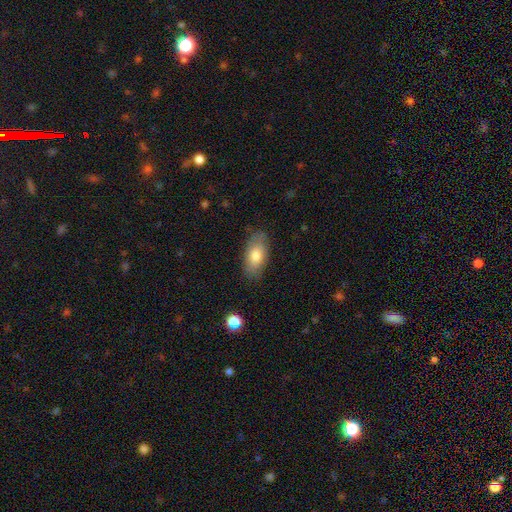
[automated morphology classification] Smooth or featured? Predicted: smooth (p=0.78). How rounded? Predicted: in between (p=0.91). Merging? Predicted: none (p=0.80).